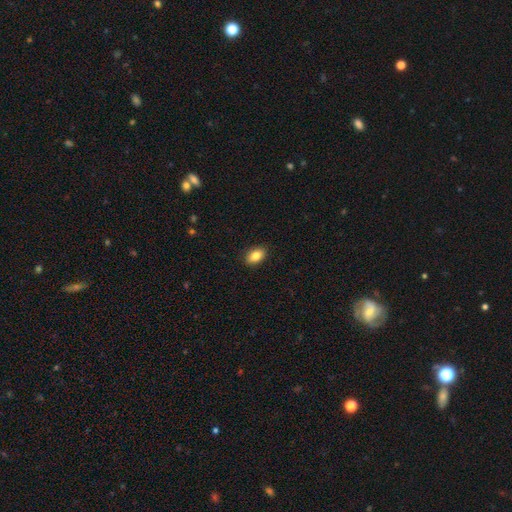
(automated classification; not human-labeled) smooth-or-featured: smooth: 84% | star or artifact: 8% | featured or disk: 8%
  how-rounded: in between: 88% | round: 10% | cigar-shaped: 2%
  merging: none: 90% | minor disturbance: 7% | major disturbance: 2% | merger: 1%